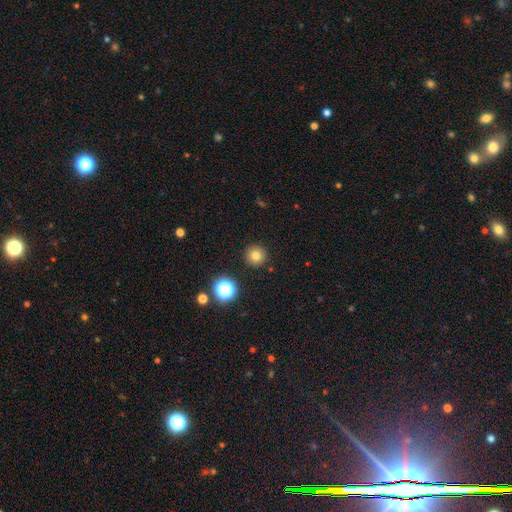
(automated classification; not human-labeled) Smooth or featured? smooth (77%)
How rounded? round (96%)
Merging? none (91%)